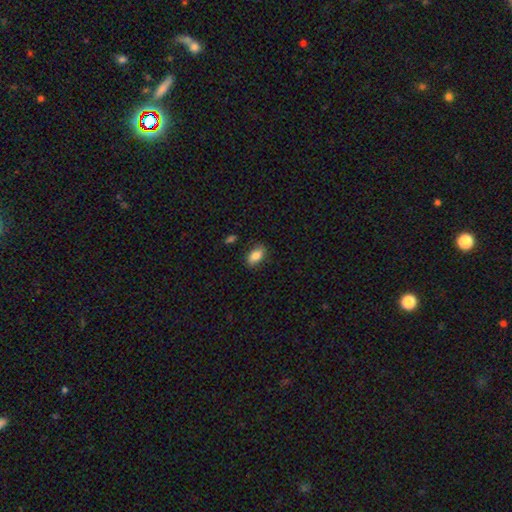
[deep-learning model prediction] A smooth galaxy with no disk features (82%) that is in between round and cigar-shaped (90%). Merging: none (82%).